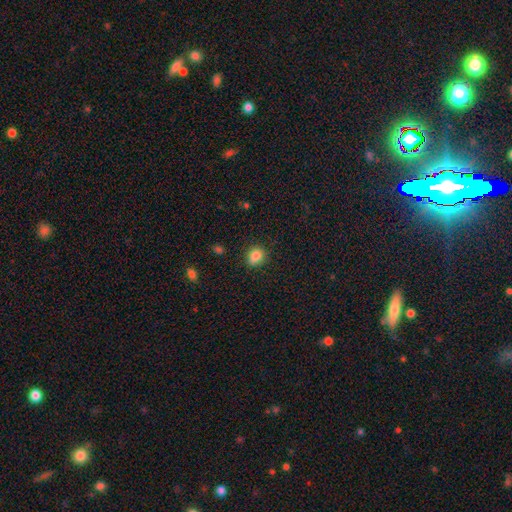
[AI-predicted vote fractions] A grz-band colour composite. It shows a smooth galaxy with no disk features (83%) that is round (61%). Merging: none (78%).